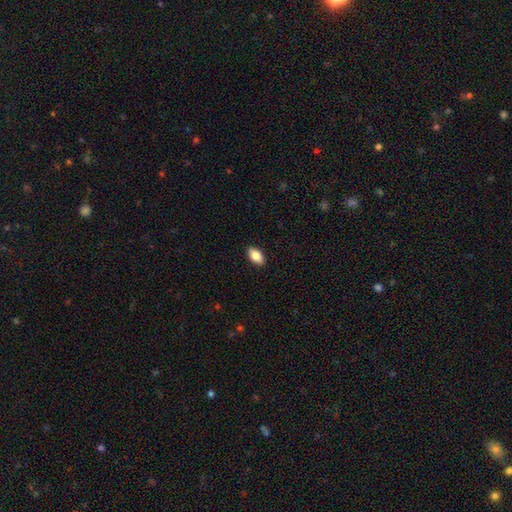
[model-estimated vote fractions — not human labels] A smooth galaxy with no disk features (86%) that is in between round and cigar-shaped (93%).

Vote fractions:
- Smooth or featured? smooth: 86% / featured or disk: 7% / star or artifact: 7%
- How rounded? in between: 93% / round: 5% / cigar-shaped: 2%
- Merging? none: 90% / minor disturbance: 7% / major disturbance: 2% / merger: 1%